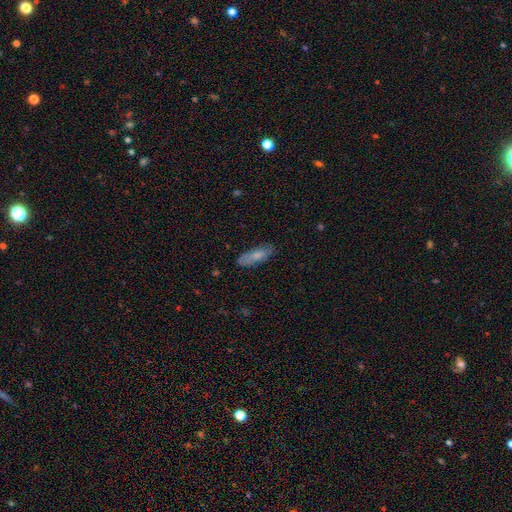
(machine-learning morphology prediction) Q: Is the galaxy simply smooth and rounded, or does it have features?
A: smooth — 71%.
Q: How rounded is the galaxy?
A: in between — 64%.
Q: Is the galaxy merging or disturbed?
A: none — 76%.